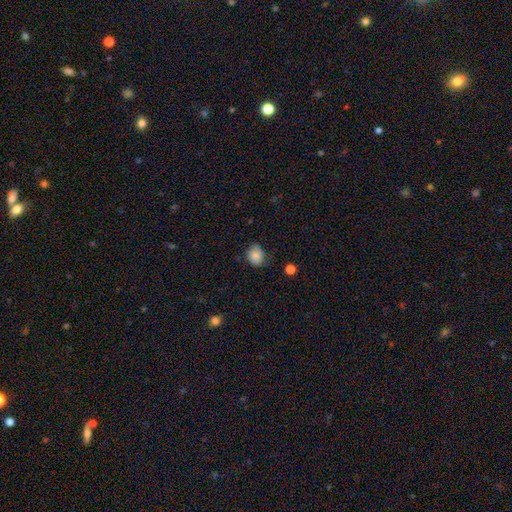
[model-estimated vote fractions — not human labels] Smooth or featured? smooth (82%)
How rounded? round (66%)
Merging? none (67%)